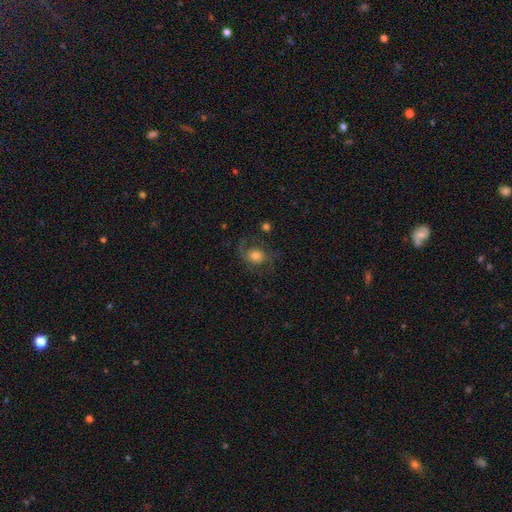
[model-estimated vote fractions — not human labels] A featured or disk galaxy (57%) with no bar (74%), spiral arms (86%) and a moderate central bulge (52%). Merging: none (58%).